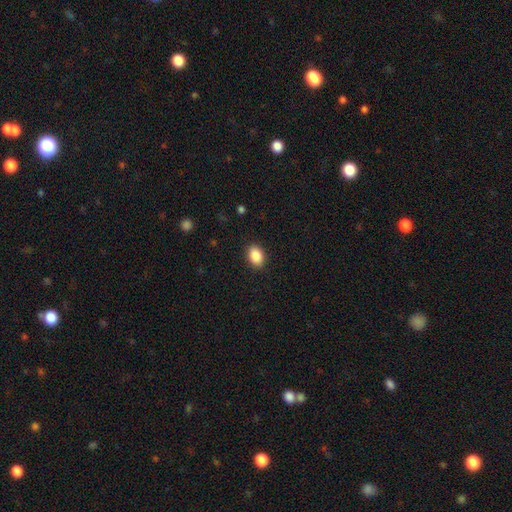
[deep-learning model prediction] smooth-or-featured: smooth: 89% | star or artifact: 8% | featured or disk: 4%
  how-rounded: in between: 81% | round: 18% | cigar-shaped: 1%
  merging: none: 90% | minor disturbance: 7% | major disturbance: 2% | merger: 1%